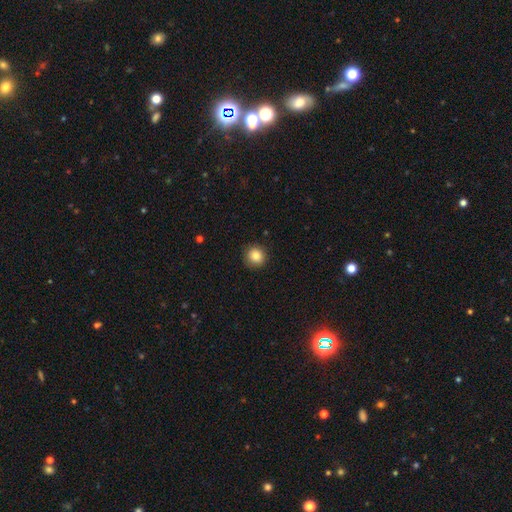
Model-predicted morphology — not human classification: Smooth or featured? smooth (86%)
How rounded? round (91%)
Merging? none (88%)